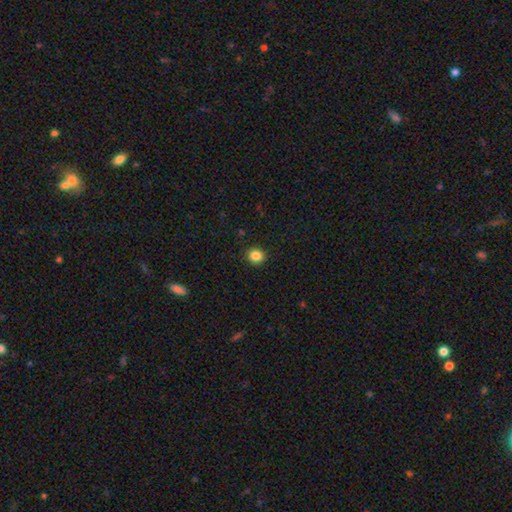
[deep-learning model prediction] Smooth or featured? Predicted: smooth (p=0.85). How rounded? Predicted: round (p=0.89). Merging? Predicted: none (p=0.91).